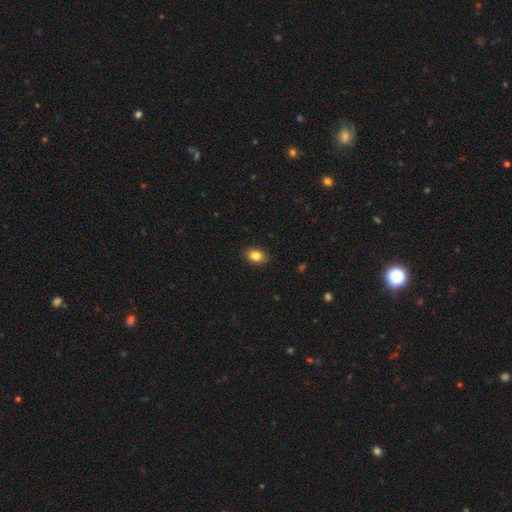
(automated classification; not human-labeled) smooth 84%, star or artifact 9%, featured or disk 7%. Down the decision tree: how rounded — in between (81%); merging — none (89%).